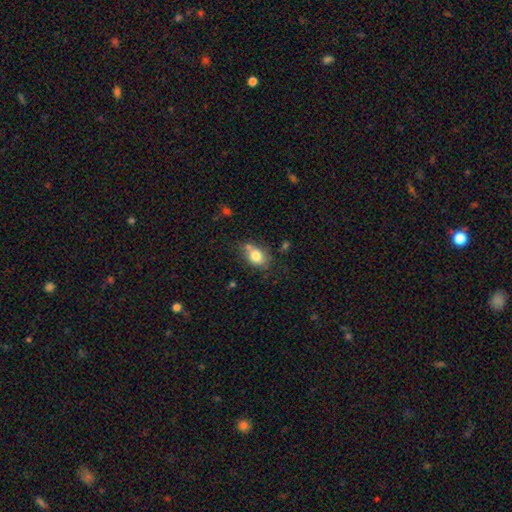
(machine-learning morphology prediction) Smooth or featured?
  - smooth: 80% *
  - featured or disk: 12%
  - star or artifact: 8%
How rounded?
  - in between: 80% *
  - round: 18%
  - cigar-shaped: 2%
Merging?
  - none: 57% *
  - minor disturbance: 25%
  - merger: 12%
  - major disturbance: 6%